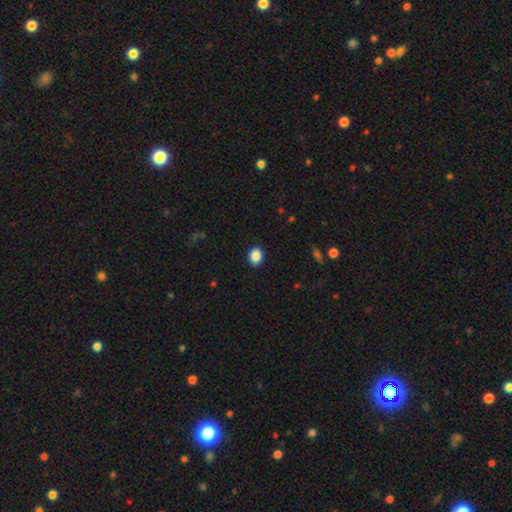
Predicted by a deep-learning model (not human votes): Smooth or featured? smooth (89%)
How rounded? in between (51%)
Merging? none (90%)